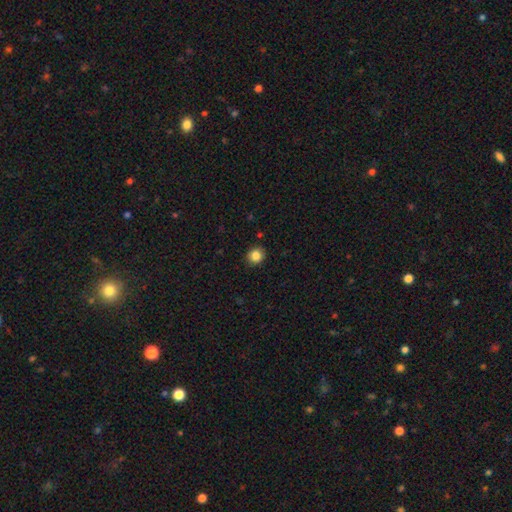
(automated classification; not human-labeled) A smooth galaxy with no disk features (85%) that is round (82%). Merging: none (90%).